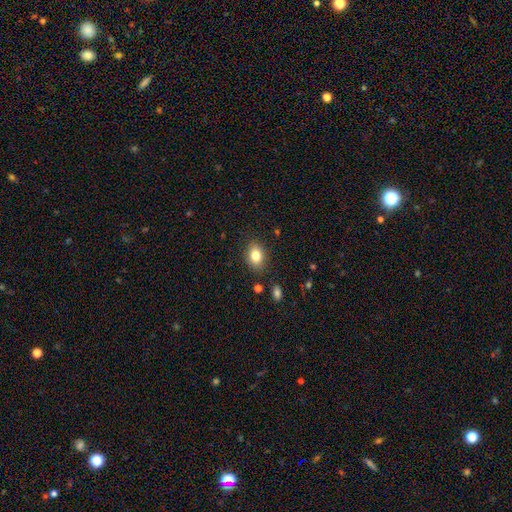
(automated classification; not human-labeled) This is clearly a smooth galaxy (82%). How rounded: likely in between (75%). Merging: clearly none (85%).